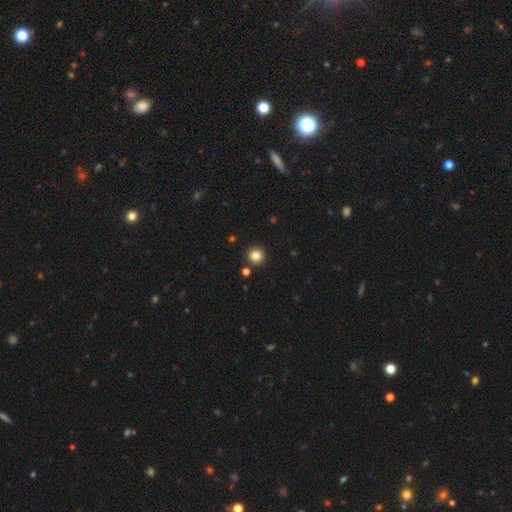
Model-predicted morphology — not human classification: This appears to be a smooth galaxy with no disk features (84%) that is round (95%). Merging: none (90%).